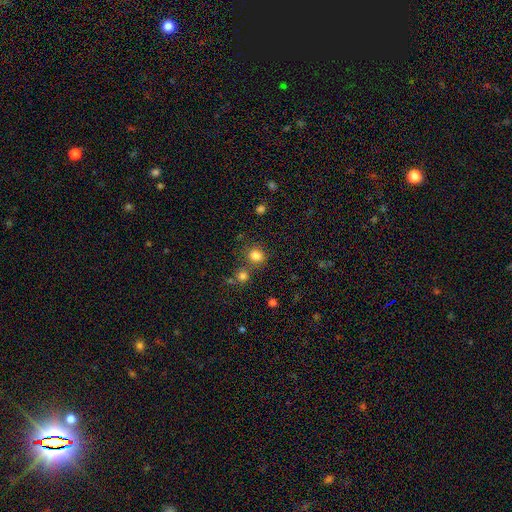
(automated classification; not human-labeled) Morphology: type=smooth (81%); roundness=round (73%); merging=none (70%).